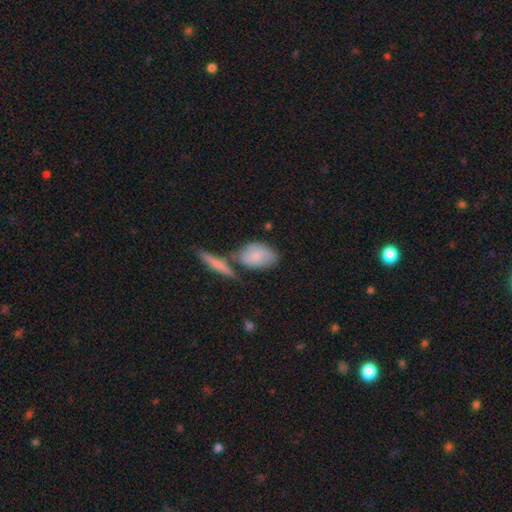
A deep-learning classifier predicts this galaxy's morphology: smooth_or_featured: smooth (p=0.69) [alt: featured or disk p=0.25]
how_rounded: in between (p=0.84) [alt: round p=0.11]
merging: none (p=0.50) [alt: merger p=0.25]